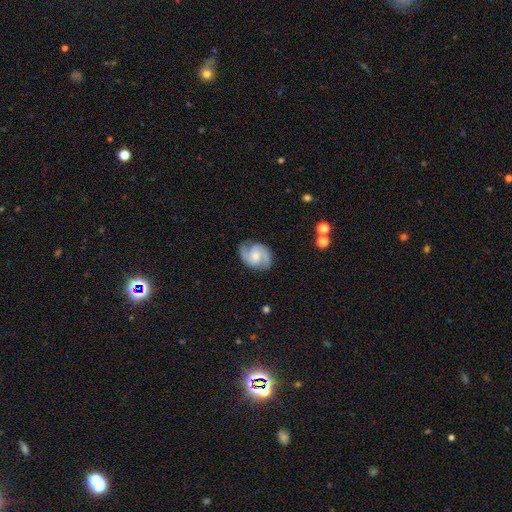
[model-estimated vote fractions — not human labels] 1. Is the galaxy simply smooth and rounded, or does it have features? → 84% featured or disk, 11% smooth, 5% star or artifact.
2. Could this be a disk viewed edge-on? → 98% no, 2% yes.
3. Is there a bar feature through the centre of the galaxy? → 52% no, 40% weak, 8% strong.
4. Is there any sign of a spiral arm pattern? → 97% yes, 3% no.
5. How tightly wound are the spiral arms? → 55% medium, 30% tight, 16% loose.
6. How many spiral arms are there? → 89% 2, 4% 3, 3% can't tell, 1% 1, 1% 4, 1% more than 4.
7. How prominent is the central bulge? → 43% small, 40% moderate, 10% none, 5% large, 1% dominant.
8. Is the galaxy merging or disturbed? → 81% none, 13% minor disturbance, 4% major disturbance, 1% merger.